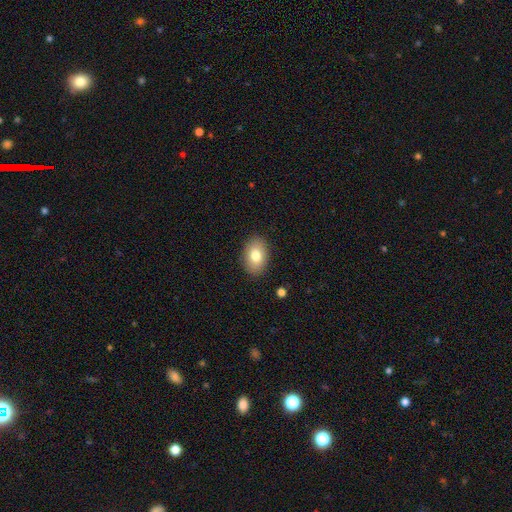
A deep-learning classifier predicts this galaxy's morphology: A smooth galaxy with no disk features (79%) that is in between round and cigar-shaped (86%). Merging: none (88%).